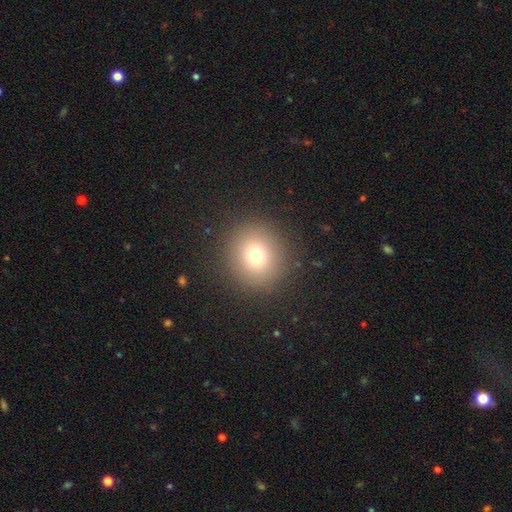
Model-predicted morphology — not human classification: Smooth or featured: smooth — 73% (star or artifact — 16%)
How rounded: round — 91% (in between — 8%)
Merging: none — 89% (minor disturbance — 6%)